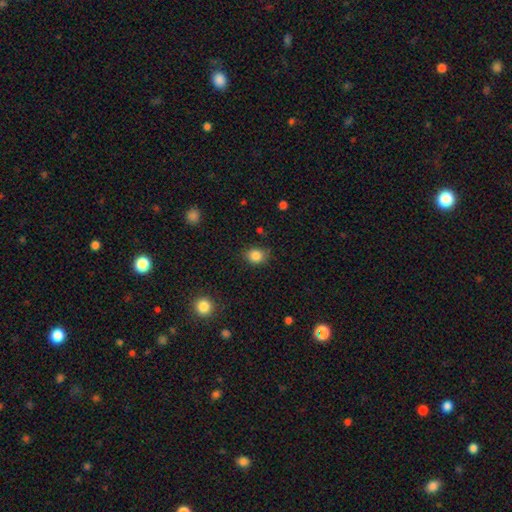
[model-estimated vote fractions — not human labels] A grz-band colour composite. It shows a smooth galaxy with no disk features (85%) that is round (67%). Merging: none (82%).